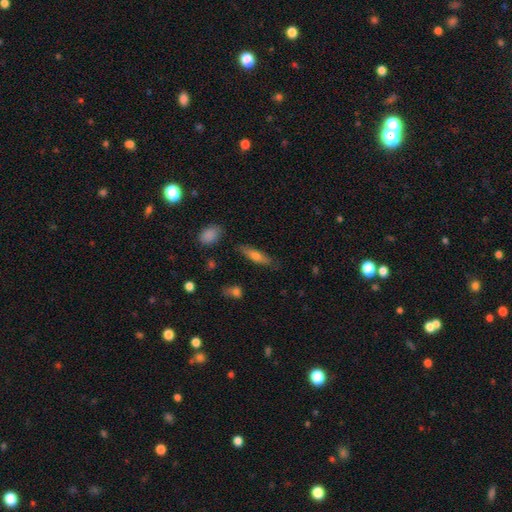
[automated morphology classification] Smooth or featured? smooth (59%)
How rounded? cigar-shaped (64%)
Merging? none (80%)